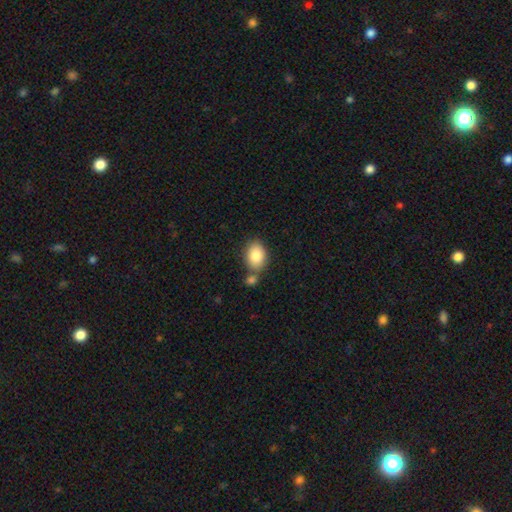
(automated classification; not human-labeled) Overall: smooth (84%). How rounded: in between (78%). Merging: none (62%).